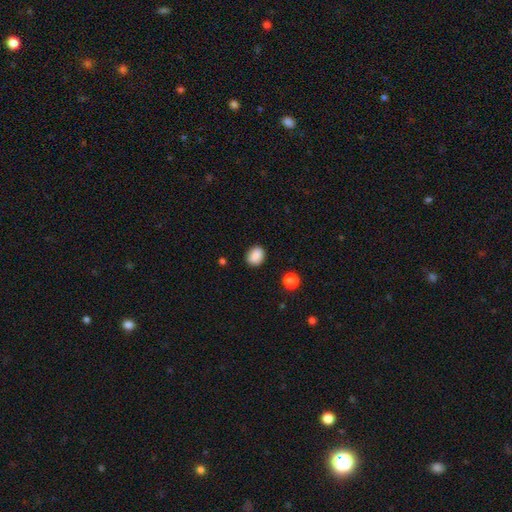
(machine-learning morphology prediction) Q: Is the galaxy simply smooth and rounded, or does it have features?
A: smooth — 87%.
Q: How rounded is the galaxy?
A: in between — 50%.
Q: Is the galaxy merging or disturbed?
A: none — 86%.